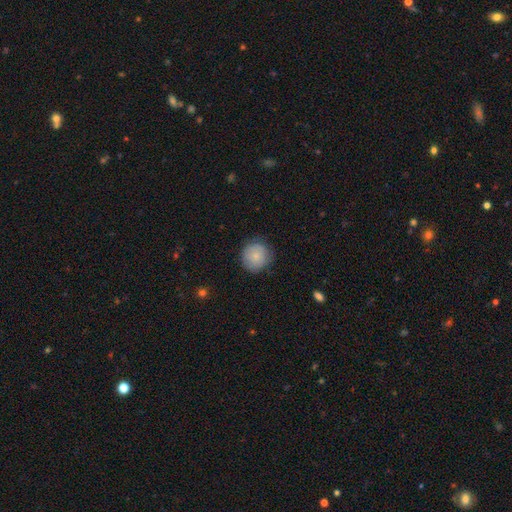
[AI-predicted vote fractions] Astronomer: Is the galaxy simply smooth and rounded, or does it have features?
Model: smooth — 82%.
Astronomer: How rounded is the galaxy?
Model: round — 92%.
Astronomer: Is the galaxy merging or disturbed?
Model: none — 79%.